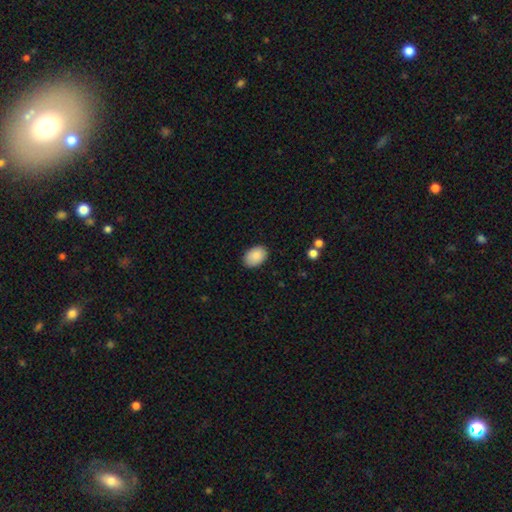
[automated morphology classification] A smooth galaxy with no disk features (89%) that is in between round and cigar-shaped (88%). Merging: none (88%).